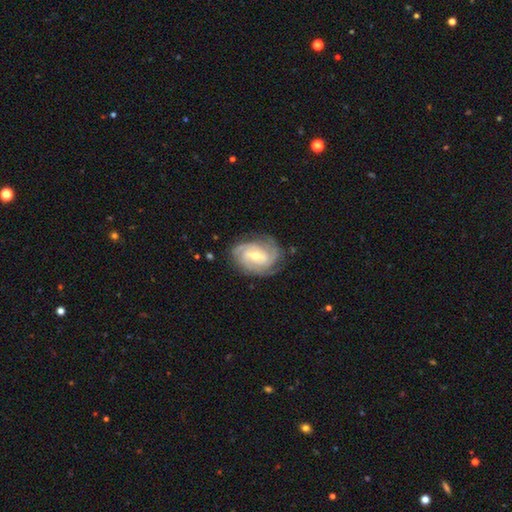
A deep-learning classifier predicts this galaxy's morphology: type=featured or disk (88%); edge-on=no (97%); bar=weak (51%); spiral arms=yes (97%); winding=tight (68%); arm count=3 (37%); bulge=moderate (58%); merging=none (76%).